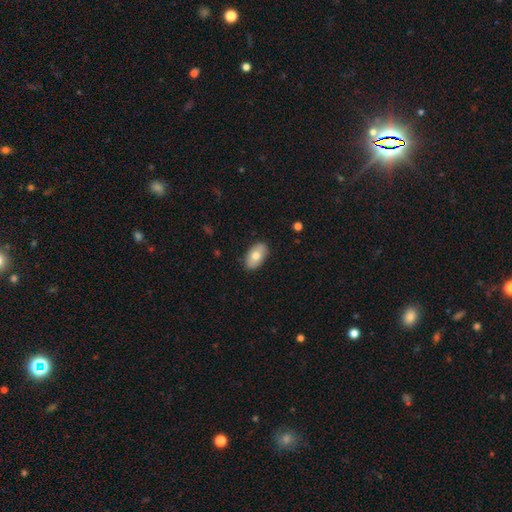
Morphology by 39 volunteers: Smooth or featured?
  - smooth: 82% *
  - featured or disk: 13%
  - star or artifact: 5%
How rounded?
  - in between: 97% *
  - round: 3%
  - cigar-shaped: 0%
Merging?
  - none: 89% *
  - minor disturbance: 11%
  - major disturbance: 0%
  - merger: 0%